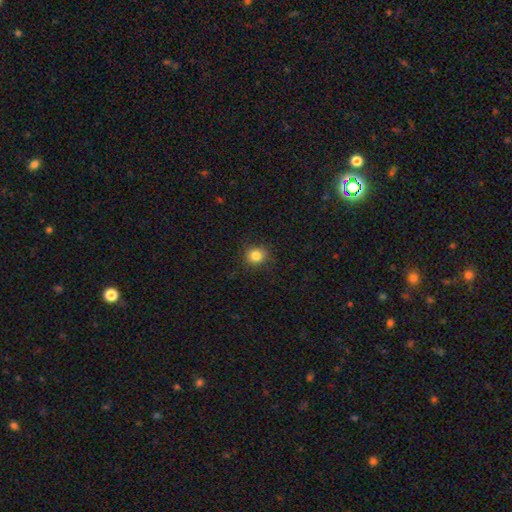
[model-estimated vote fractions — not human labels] smooth_or_featured: smooth (p=0.84) [alt: star or artifact p=0.11]
how_rounded: round (p=0.84) [alt: in between p=0.15]
merging: none (p=0.87) [alt: minor disturbance p=0.09]